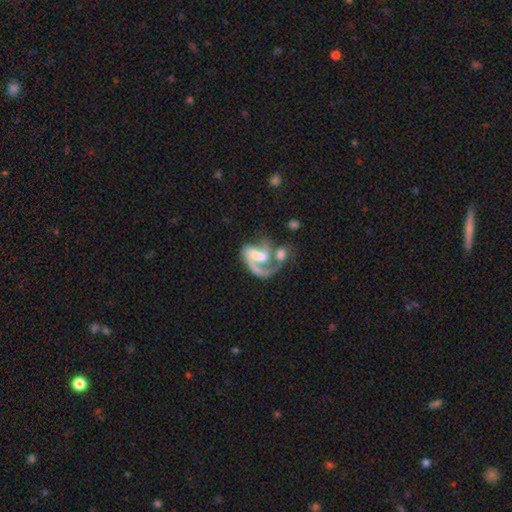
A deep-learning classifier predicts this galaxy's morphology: type=featured or disk (76%); edge-on=no (97%); bar=no (40%); spiral arms=yes (85%); winding=medium (40%); arm count=1 (61%); bulge=moderate (42%); merging=merger (53%).